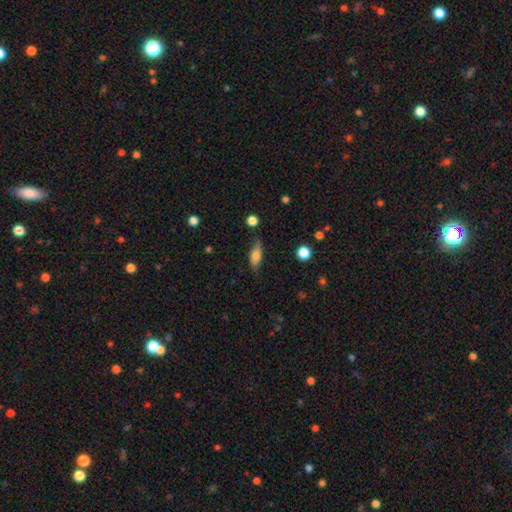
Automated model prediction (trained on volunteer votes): A smooth galaxy with no disk features (68%) that is in between round and cigar-shaped (72%). Merging: none (69%).